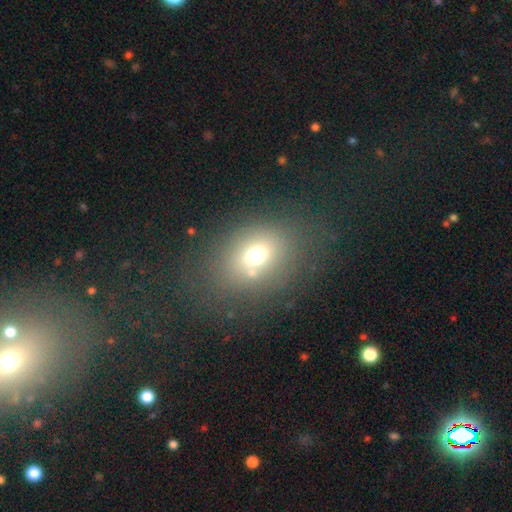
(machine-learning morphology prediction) The model was most divided on "how rounded": in between: 61%, round: 38%, cigar-shaped: 1%. More confident: merging — none (66%); smooth or featured — smooth (64%).